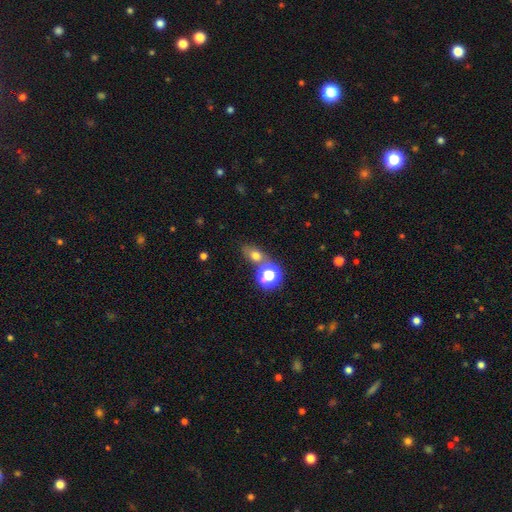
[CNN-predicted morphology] A smooth galaxy with no disk features (65%) that is in between round and cigar-shaped (55%). Merging: none (63%).